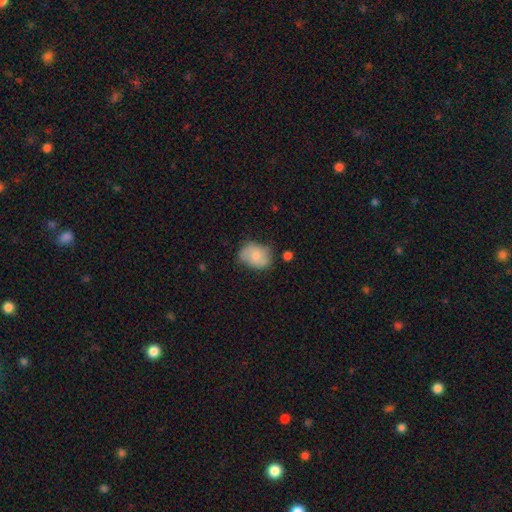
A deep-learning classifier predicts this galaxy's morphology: Overall: smooth (67%). How rounded: in between (62%; round 37%). Merging: none (60%; minor disturbance 29%).